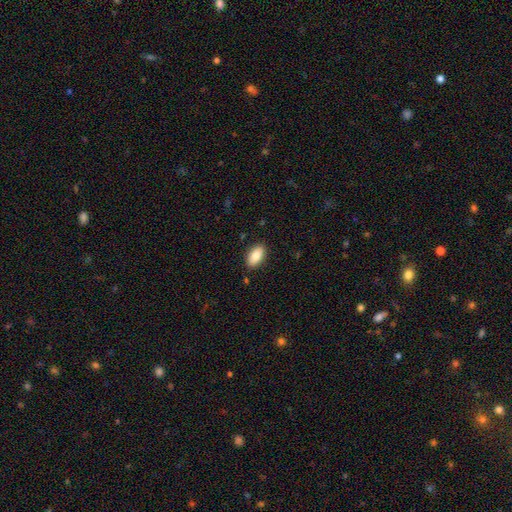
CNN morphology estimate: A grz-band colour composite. It shows a smooth galaxy with no disk features (83%) that is in between round and cigar-shaped (93%). Merging: none (87%).